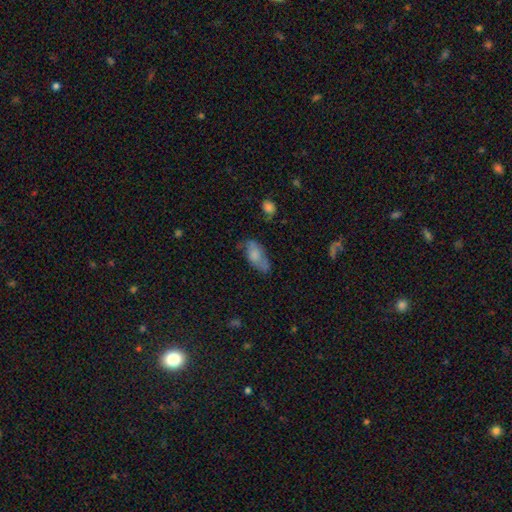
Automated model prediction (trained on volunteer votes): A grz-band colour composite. It shows a smooth galaxy with no disk features (69%) that is in between round and cigar-shaped (88%). Merging: none (53%).